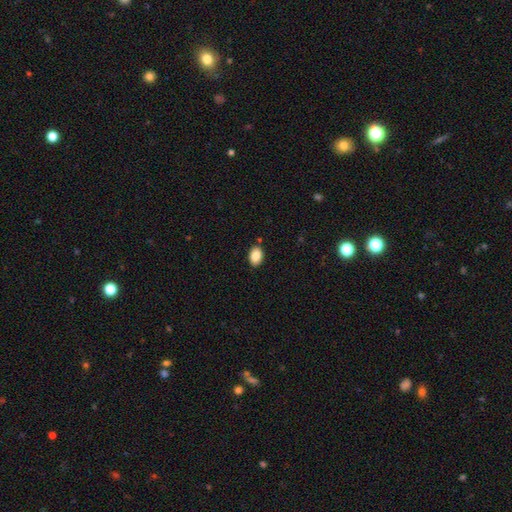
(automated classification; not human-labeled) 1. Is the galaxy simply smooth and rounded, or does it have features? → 87% smooth, 8% star or artifact, 5% featured or disk.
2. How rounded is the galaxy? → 82% in between, 17% round, 1% cigar-shaped.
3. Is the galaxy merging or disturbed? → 87% none, 9% minor disturbance, 2% merger, 2% major disturbance.